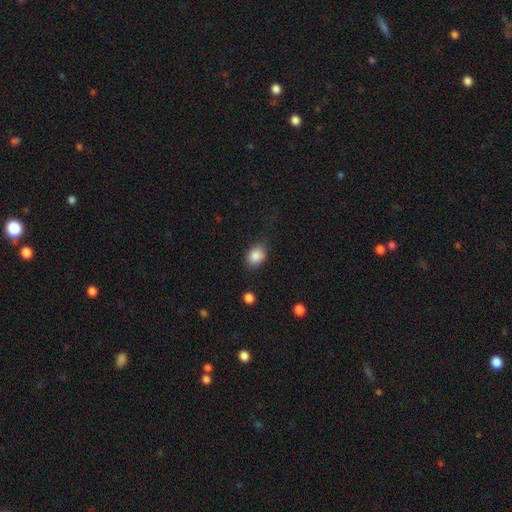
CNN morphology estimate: Smooth or featured? Predicted: smooth (p=0.86). How rounded? Predicted: in between (p=0.55). Merging? Predicted: none (p=0.75).